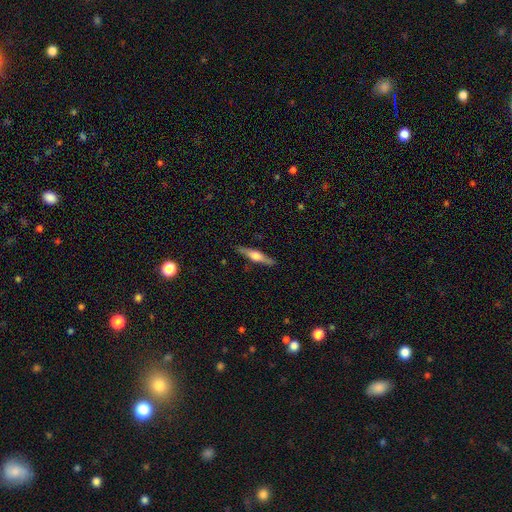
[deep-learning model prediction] Smooth or featured? Predicted: featured or disk (p=0.65). Edge-on disk? Predicted: yes (p=0.97). Edge-on bulge? Predicted: rounded (p=0.88). Merging? Predicted: none (p=0.89).